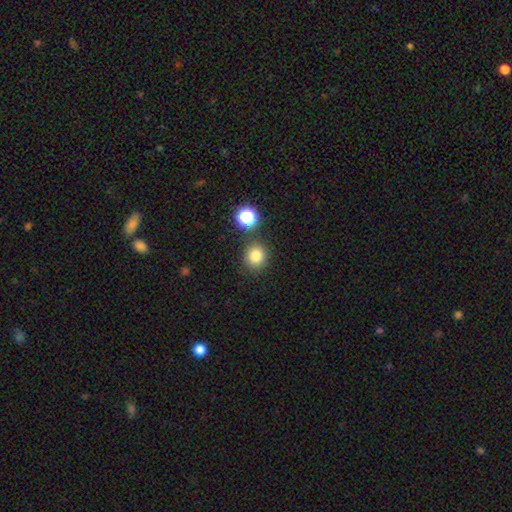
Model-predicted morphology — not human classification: This is clearly a smooth galaxy (80%). How rounded: clearly round (88%). Merging: clearly none (82%).